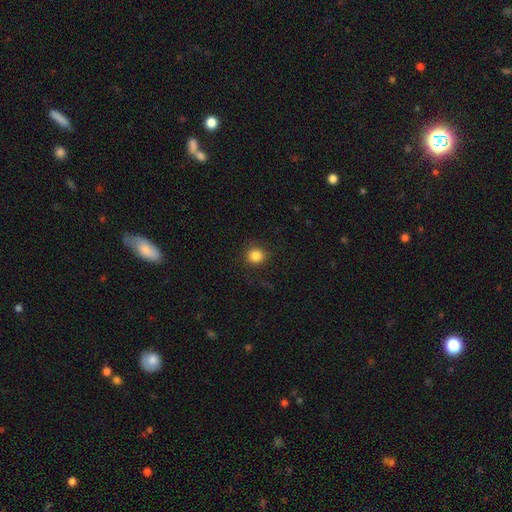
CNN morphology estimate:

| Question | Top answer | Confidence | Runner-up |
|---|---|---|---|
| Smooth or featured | smooth | 85% | star or artifact (11%) |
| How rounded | round | 92% | in between (7%) |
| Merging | none | 88% | minor disturbance (8%) |